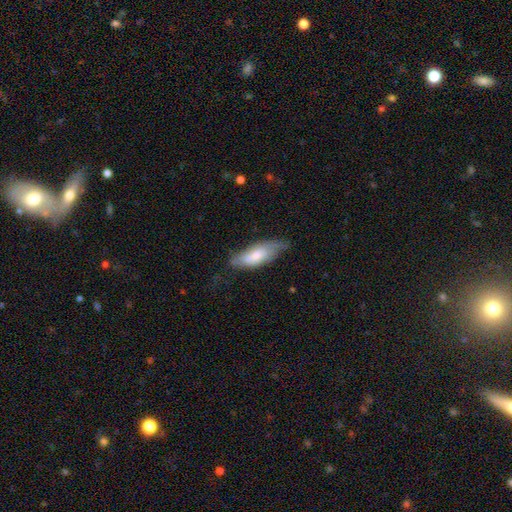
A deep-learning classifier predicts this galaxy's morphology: Smooth or featured?
  - smooth: 64% *
  - featured or disk: 30%
  - star or artifact: 6%
How rounded?
  - in between: 68% *
  - cigar-shaped: 30%
  - round: 2%
Merging?
  - none: 53% *
  - minor disturbance: 35%
  - major disturbance: 10%
  - merger: 2%